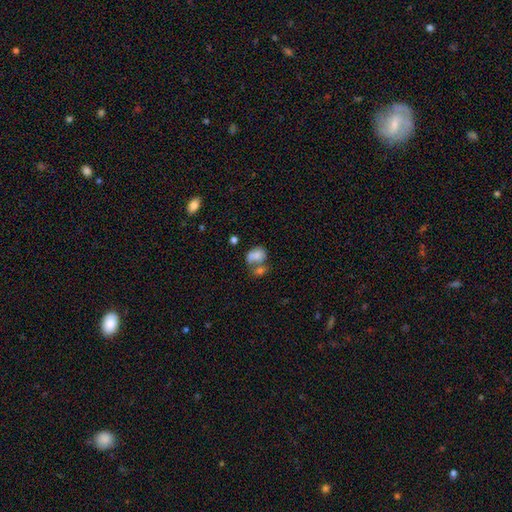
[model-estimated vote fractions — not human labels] This is likely a smooth galaxy (70%). How rounded: likely in between (66%). Merging: possibly merger (52%).